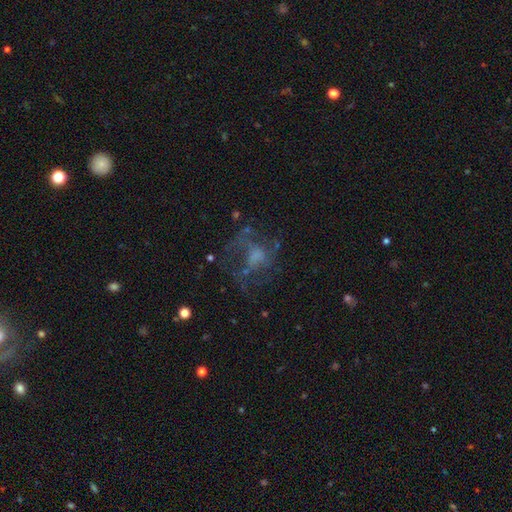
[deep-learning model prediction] This is possibly a featured or disk galaxy (55%). It is clearly not viewed edge-on (97%). Bar: likely no (72%). Spiral arm pattern: possibly no (58%). Central bulge: marginally none (42%). Merging: possibly none (46%).